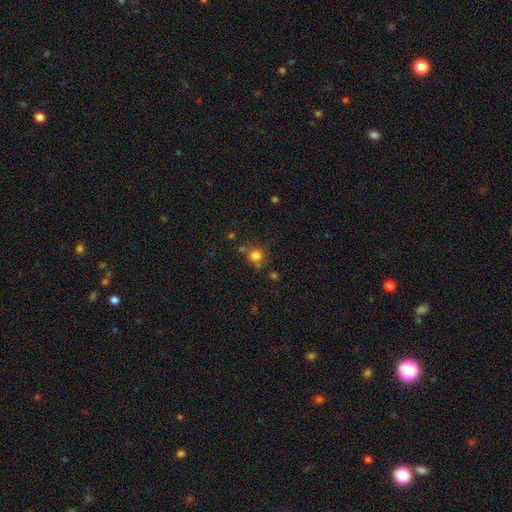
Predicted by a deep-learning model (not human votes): A smooth galaxy with no disk features (79%) that is round (90%). Merging: none (70%).